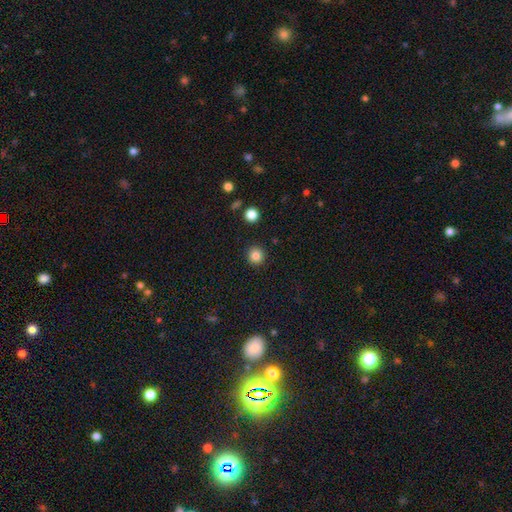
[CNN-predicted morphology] Overall: smooth (84%). How rounded: round (93%). Merging: none (92%).